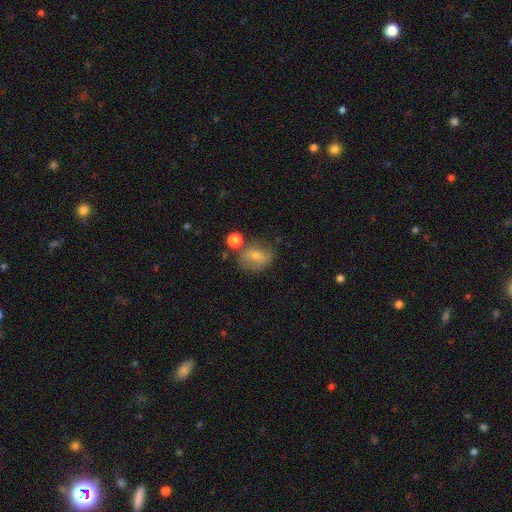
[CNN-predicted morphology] This is possibly a smooth galaxy (52%). How rounded: possibly round (49%, tied with in between). Merging: likely none (64%).